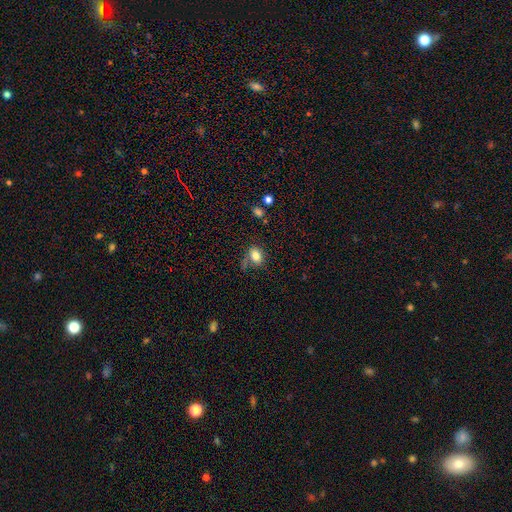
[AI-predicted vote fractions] Smooth or featured? smooth (80%)
How rounded? in between (65%)
Merging? none (59%)